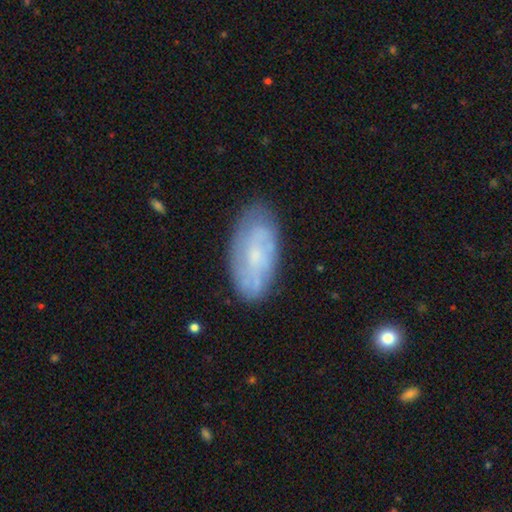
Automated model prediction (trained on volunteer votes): This is possibly a featured or disk galaxy (57%). It is clearly not viewed edge-on (93%). Bar: likely no (66%). Spiral arm pattern: likely yes (75%). Central bulge: possibly small (56%). Merging: likely none (74%).